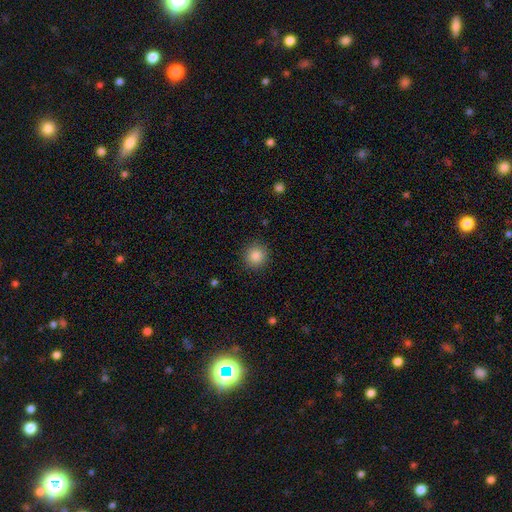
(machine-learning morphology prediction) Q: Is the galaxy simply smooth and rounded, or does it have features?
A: smooth — 86%.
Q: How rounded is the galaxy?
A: round — 93%.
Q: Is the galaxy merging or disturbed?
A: none — 90%.